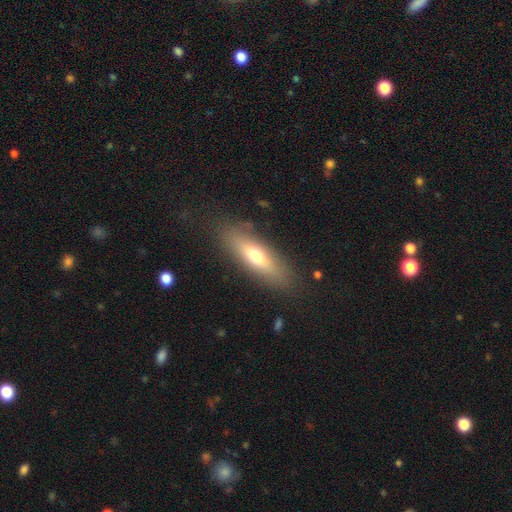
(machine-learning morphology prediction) Smooth or featured? Predicted: smooth (p=0.62). How rounded? Predicted: in between (p=0.53). Merging? Predicted: none (p=0.84).